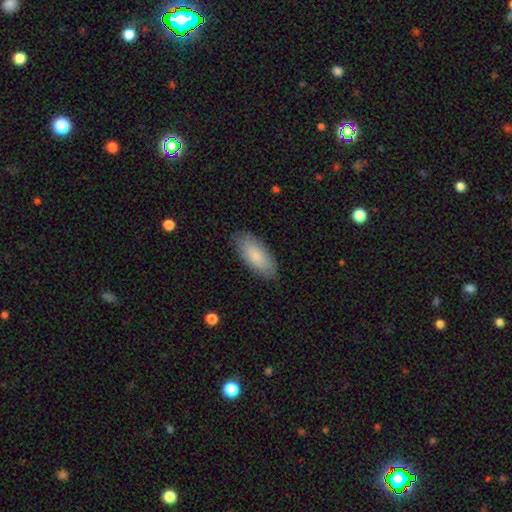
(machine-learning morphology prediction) smooth_or_featured: smooth (p=0.83) [alt: featured or disk p=0.12]
how_rounded: in between (p=0.85) [alt: cigar-shaped p=0.13]
merging: none (p=0.86) [alt: minor disturbance p=0.11]